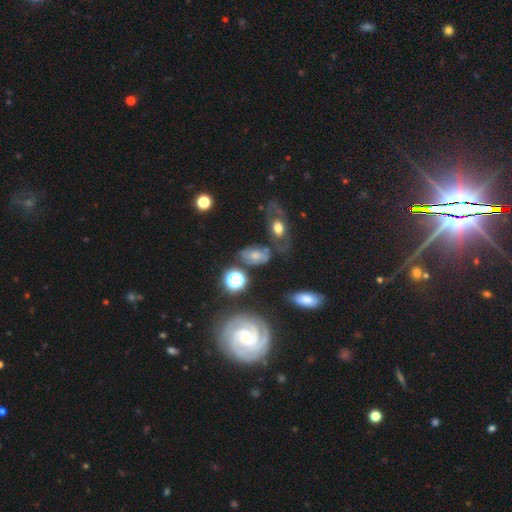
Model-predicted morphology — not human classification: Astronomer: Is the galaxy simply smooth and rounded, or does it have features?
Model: smooth — 50% (runner-up: featured or disk, 30%).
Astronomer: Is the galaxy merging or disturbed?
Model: none — 55%.